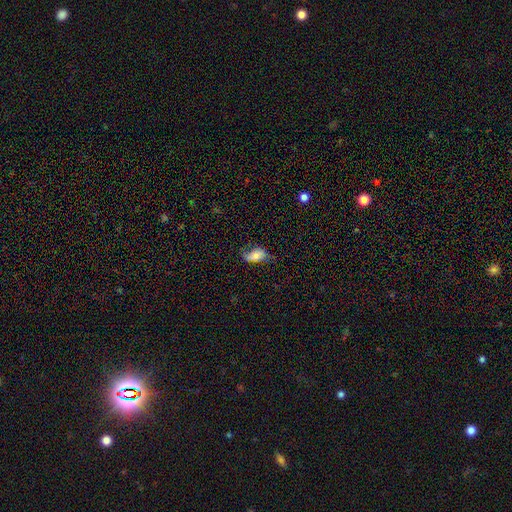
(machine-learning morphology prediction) This is possibly a smooth galaxy (58%). How rounded: clearly in between (91%). Merging: possibly none (56%).